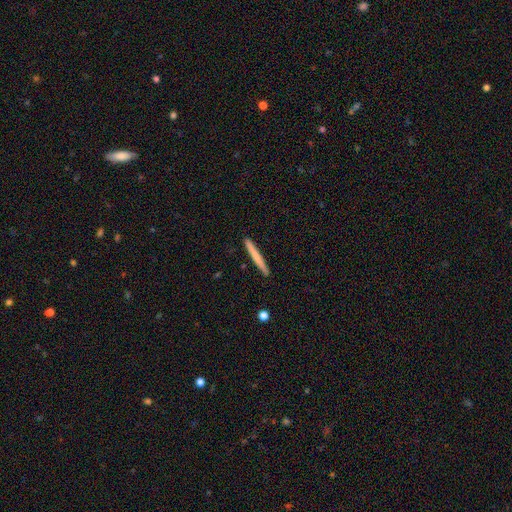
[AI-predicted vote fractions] This appears to be a smooth galaxy with no disk features (69%) that is cigar-shaped (97%). Merging: none (92%).